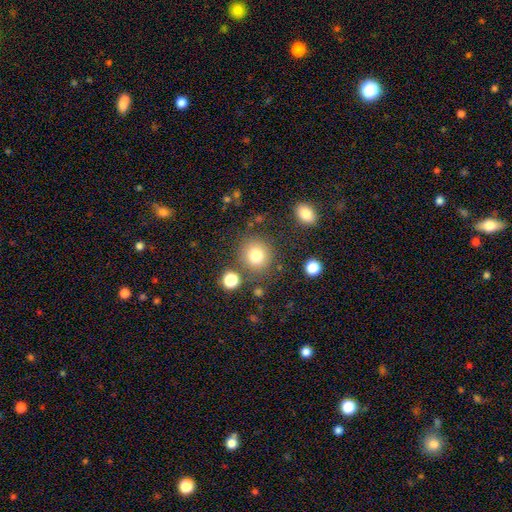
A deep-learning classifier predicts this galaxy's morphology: Overall: smooth (79%). How rounded: round (88%). Merging: none (79%).